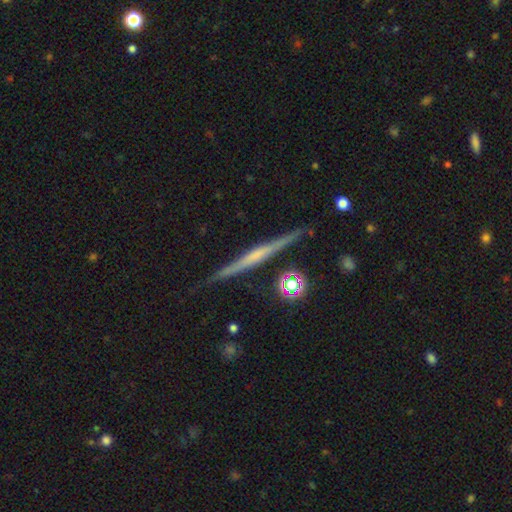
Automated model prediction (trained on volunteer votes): A featured or disk galaxy (70%) viewed edge-on (97%) with no central bulge (54%).

Vote fractions:
- Smooth or featured? featured or disk: 70% / smooth: 23% / star or artifact: 8%
- Edge-on disk? yes: 97% / no: 3%
- Edge-on bulge? none: 54% / rounded: 32% / boxy: 14%
- Merging? none: 88% / minor disturbance: 9% / major disturbance: 2% / merger: 2%